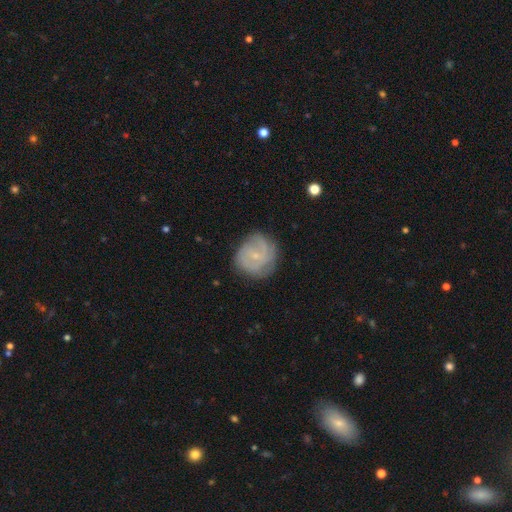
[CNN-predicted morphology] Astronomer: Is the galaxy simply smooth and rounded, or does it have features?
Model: featured or disk — 64%.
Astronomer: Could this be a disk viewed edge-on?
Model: no — 98%.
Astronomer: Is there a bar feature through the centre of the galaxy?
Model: no — 66%.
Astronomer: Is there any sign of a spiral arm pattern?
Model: yes — 86%.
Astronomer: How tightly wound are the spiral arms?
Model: tight — 50% (runner-up: medium, 36%).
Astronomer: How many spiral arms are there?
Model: can't tell — 37% (runner-up: 2, 28%).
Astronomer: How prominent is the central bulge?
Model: small — 79%.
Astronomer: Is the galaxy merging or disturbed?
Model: none — 71%.